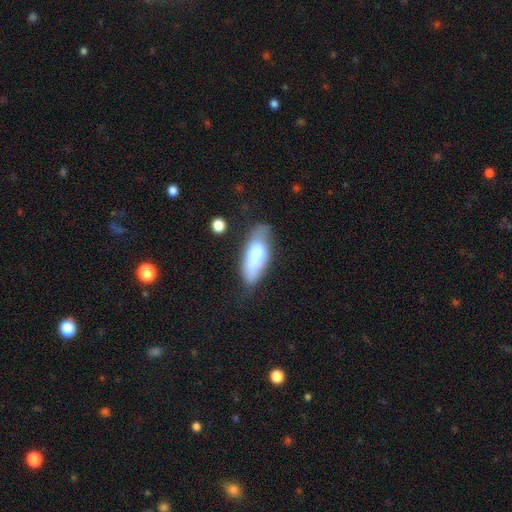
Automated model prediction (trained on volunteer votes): Smooth or featured: smooth — 70% (featured or disk — 23%)
How rounded: in between — 75% (cigar-shaped — 22%)
Merging: none — 48% (minor disturbance — 32%)